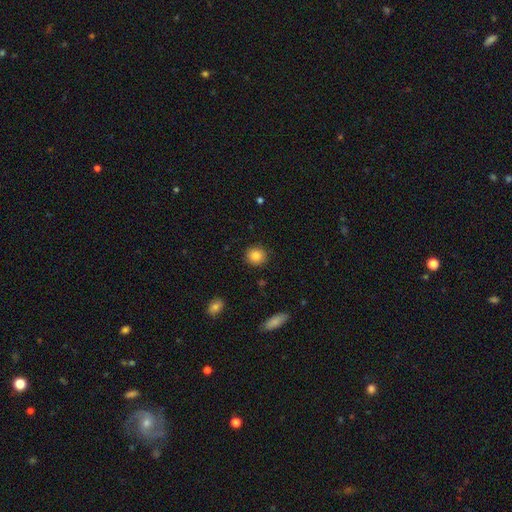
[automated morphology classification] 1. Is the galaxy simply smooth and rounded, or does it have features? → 85% smooth, 9% star or artifact, 6% featured or disk.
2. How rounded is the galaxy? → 83% round, 16% in between, 1% cigar-shaped.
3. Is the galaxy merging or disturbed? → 89% none, 7% minor disturbance, 2% major disturbance, 1% merger.